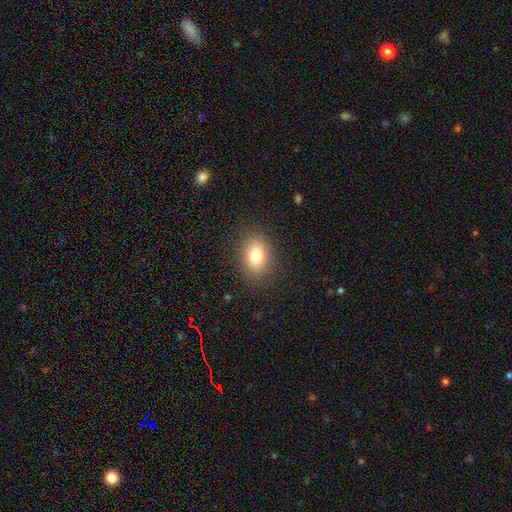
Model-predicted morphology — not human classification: smooth-or-featured: smooth: 80% | featured or disk: 10% | star or artifact: 10%
  how-rounded: in between: 78% | round: 21% | cigar-shaped: 1%
  merging: none: 87% | minor disturbance: 9% | major disturbance: 3% | merger: 1%